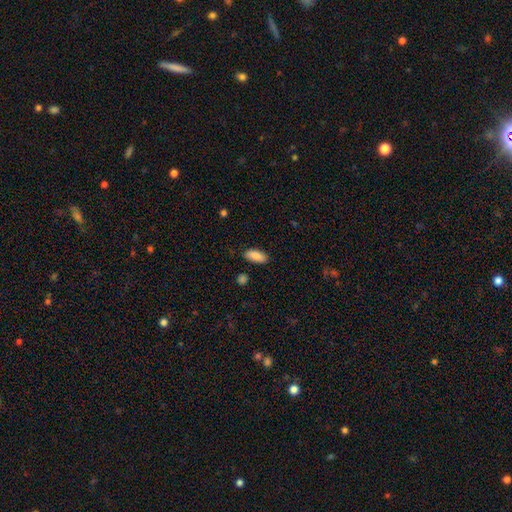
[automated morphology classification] Smooth or featured? Predicted: smooth (p=0.87). How rounded? Predicted: in between (p=0.88). Merging? Predicted: none (p=0.86).